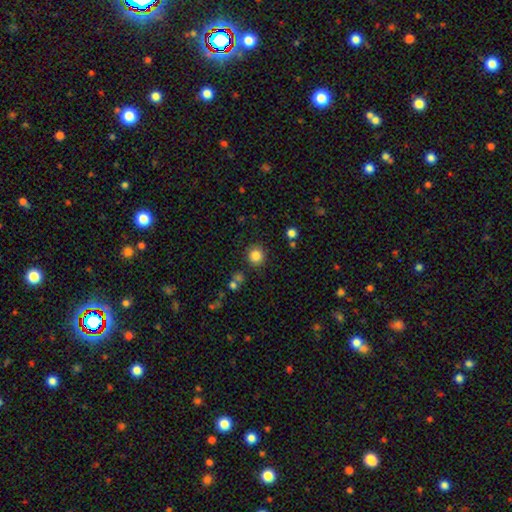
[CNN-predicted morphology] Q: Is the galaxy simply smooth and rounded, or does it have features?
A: smooth — 84%.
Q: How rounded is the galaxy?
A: round — 90%.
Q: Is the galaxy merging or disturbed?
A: none — 86%.